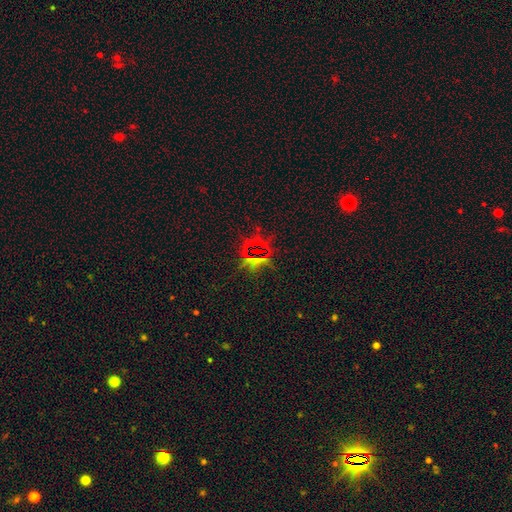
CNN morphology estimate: This is likely a star or artifact rather than a galaxy (70%).